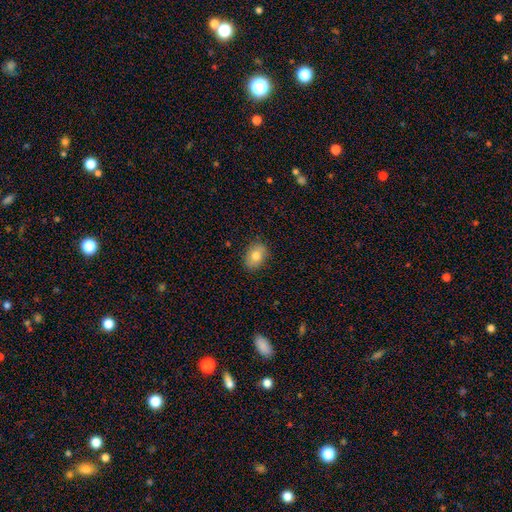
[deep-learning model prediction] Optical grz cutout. It shows a smooth galaxy with no disk features (80%) that is in between round and cigar-shaped (73%). Merging: none (87%).